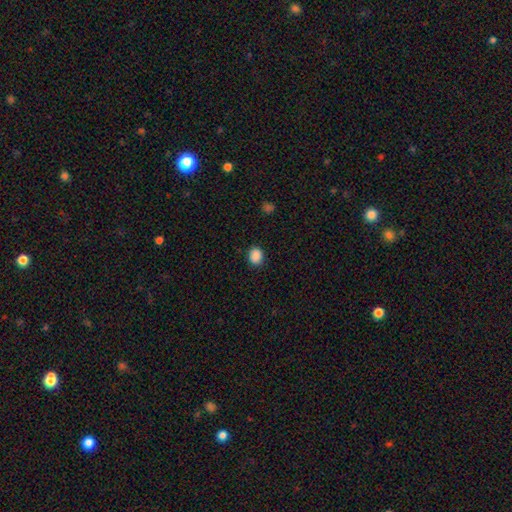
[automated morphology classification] A smooth galaxy with no disk features (88%) that is round (52%). Merging: none (88%).